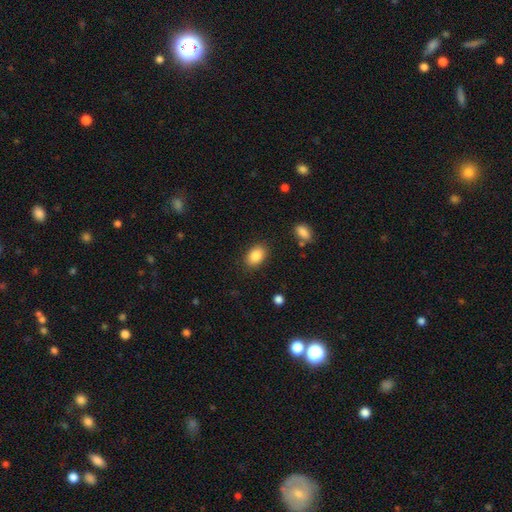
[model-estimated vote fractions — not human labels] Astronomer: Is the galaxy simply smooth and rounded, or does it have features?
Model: smooth — 87%.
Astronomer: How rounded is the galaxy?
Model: in between — 85%.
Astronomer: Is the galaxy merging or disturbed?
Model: none — 85%.